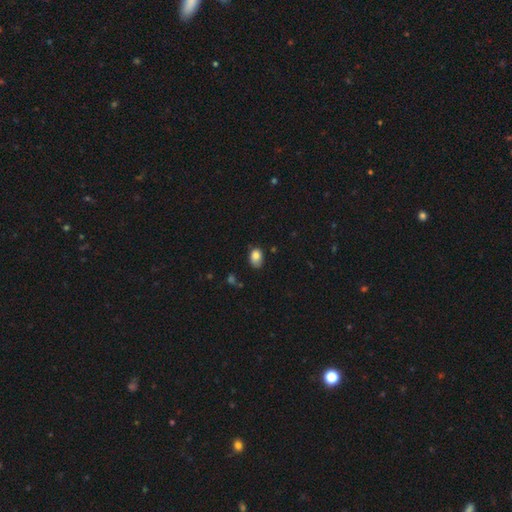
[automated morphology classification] This appears to be a smooth galaxy with no disk features (82%) that is in between round and cigar-shaped (77%). Merging: none (61%).